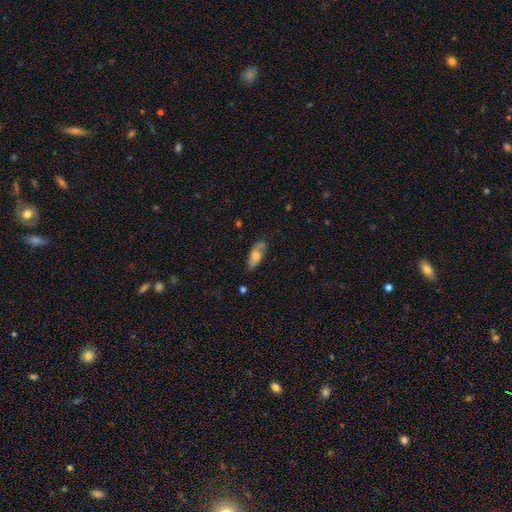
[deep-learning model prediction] Smooth or featured?
  - smooth: 47% *
  - featured or disk: 46%
  - star or artifact: 7%
Merging?
  - none: 75% *
  - minor disturbance: 18%
  - major disturbance: 5%
  - merger: 2%